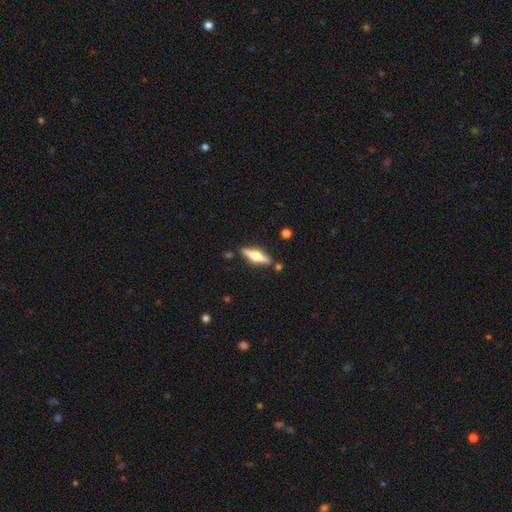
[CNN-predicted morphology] featured or disk 65%, smooth 29%, star or artifact 6%. Down the decision tree: edge-on disk — yes (96%); edge-on bulge — rounded (94%); merging — none (85%).